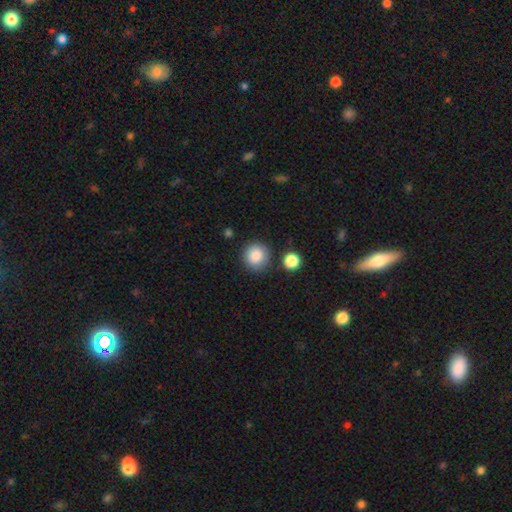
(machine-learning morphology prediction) The model was most divided on "merging": none: 83%, minor disturbance: 9%, merger: 5%, major disturbance: 3%. More confident: how rounded — round (91%); smooth or featured — smooth (87%).